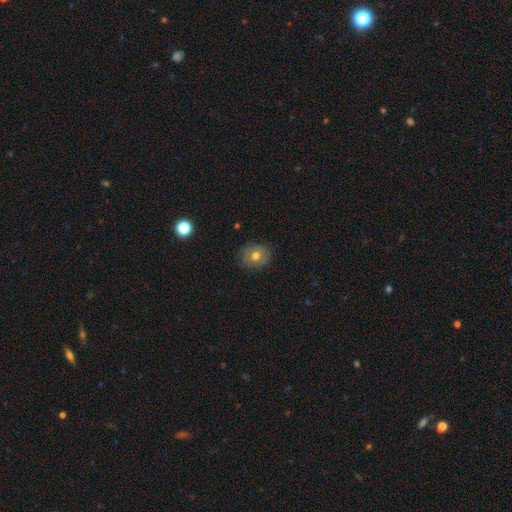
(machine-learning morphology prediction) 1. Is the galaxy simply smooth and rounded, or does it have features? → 62% smooth, 27% featured or disk, 11% star or artifact.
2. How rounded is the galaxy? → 74% round, 25% in between, 1% cigar-shaped.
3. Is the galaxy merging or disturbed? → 81% none, 14% minor disturbance, 4% major disturbance, 1% merger.